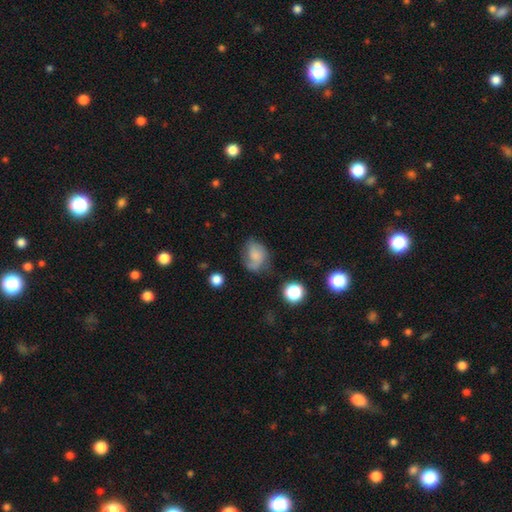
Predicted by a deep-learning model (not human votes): Smooth or featured? smooth (58%)
How rounded? in between (60%)
Merging? none (40%)